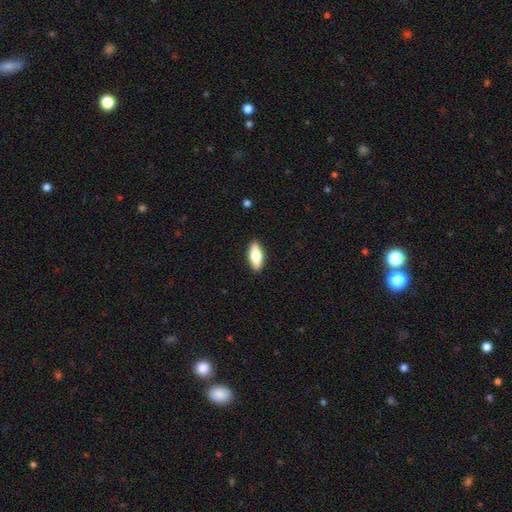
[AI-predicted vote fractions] Smooth or featured? smooth (70%)
How rounded? in between (80%)
Merging? none (89%)